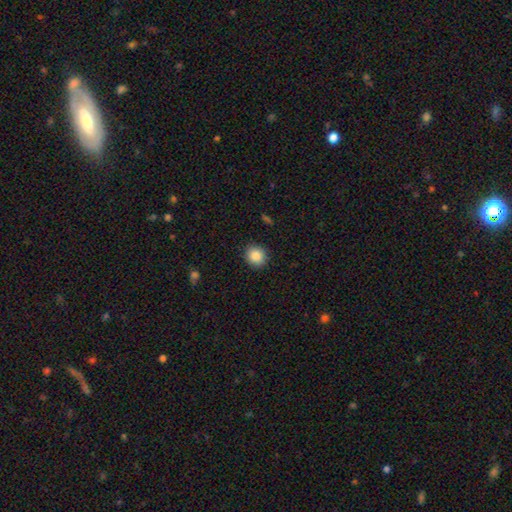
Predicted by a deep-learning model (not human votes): The model was most divided on "how rounded": round: 86%, in between: 13%, cigar-shaped: 1%. More confident: merging — none (91%); smooth or featured — smooth (86%).